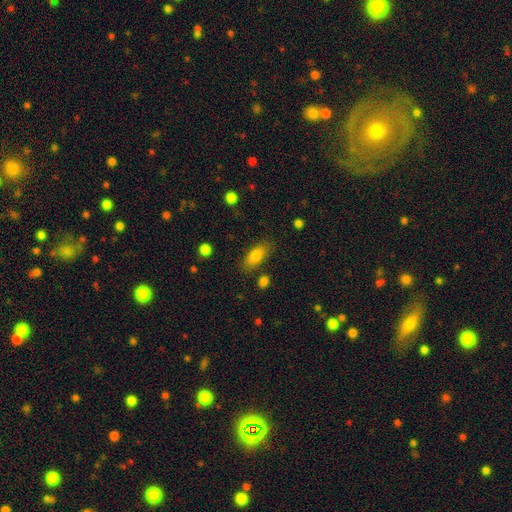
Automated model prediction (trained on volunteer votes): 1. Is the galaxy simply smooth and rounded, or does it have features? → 79% smooth, 13% featured or disk, 8% star or artifact.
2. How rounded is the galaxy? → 82% in between, 14% cigar-shaped, 4% round.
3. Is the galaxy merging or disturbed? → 80% none, 13% minor disturbance, 4% major disturbance, 3% merger.